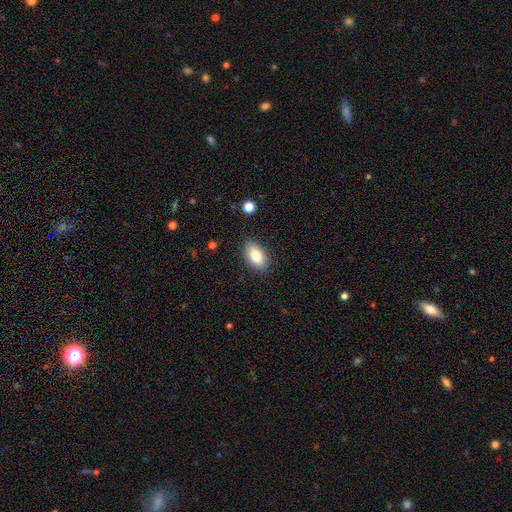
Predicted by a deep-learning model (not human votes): Morphology: type=smooth (85%); roundness=in between (92%); merging=none (85%).